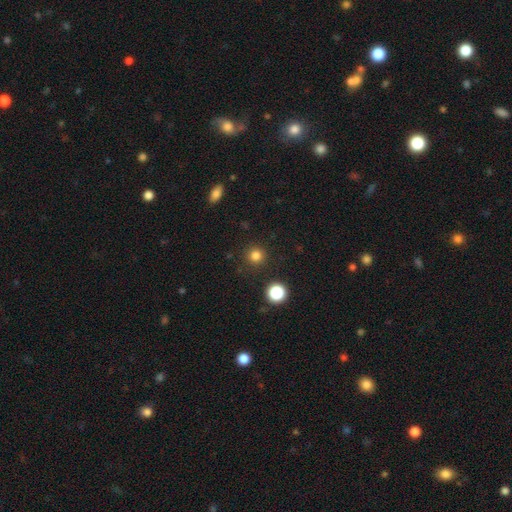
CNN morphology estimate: This is clearly a smooth galaxy (81%). How rounded: clearly round (95%). Merging: clearly none (90%).